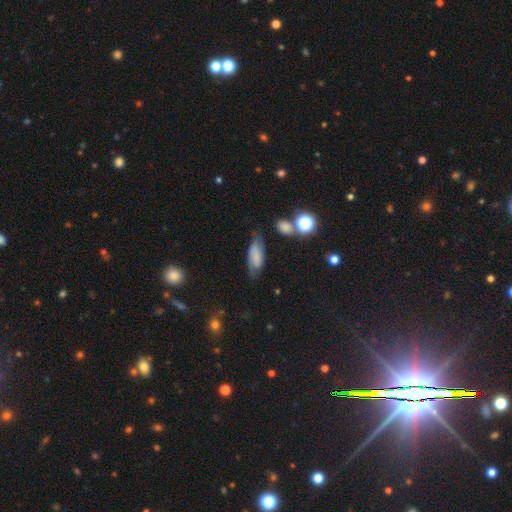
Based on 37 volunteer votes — This is possibly a smooth galaxy (46%, tied with featured or disk). How rounded: clearly in between (82%). Merging: likely none (71%).